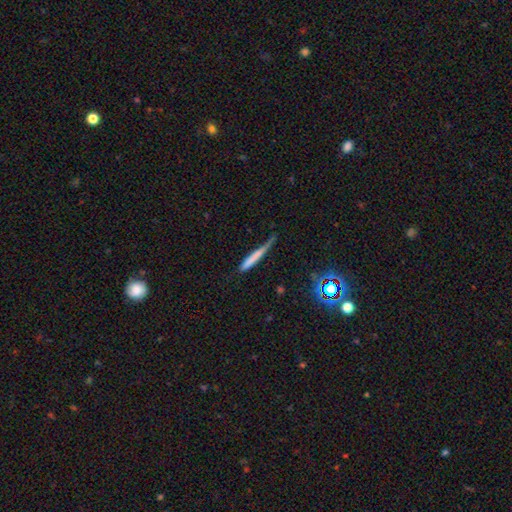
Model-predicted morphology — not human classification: Smooth or featured? Predicted: smooth (p=0.66). How rounded? Predicted: cigar-shaped (p=0.94). Merging? Predicted: none (p=0.51).